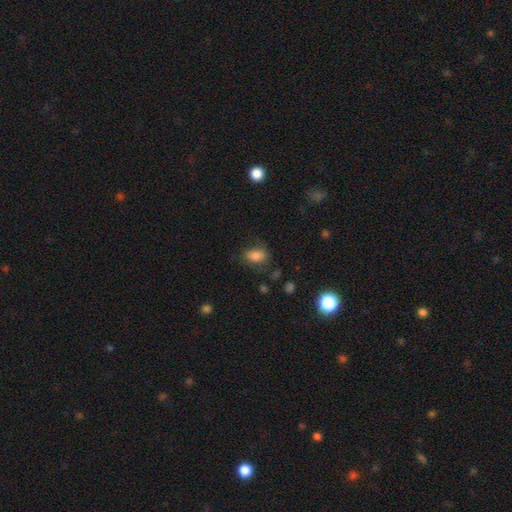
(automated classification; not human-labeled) Smooth or featured? smooth (80%)
How rounded? in between (83%)
Merging? none (66%)